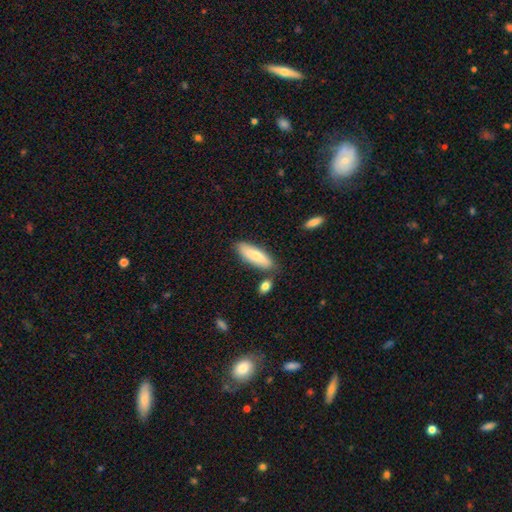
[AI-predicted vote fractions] Q: Smooth or featured?
A: smooth (77%); runner-up: featured or disk (17%)
Q: How rounded?
A: cigar-shaped (52%); runner-up: in between (46%)
Q: Merging?
A: none (76%); runner-up: minor disturbance (14%)